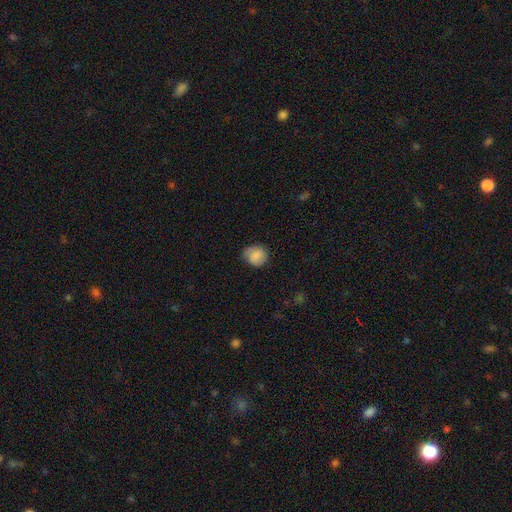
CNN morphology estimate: smooth 76%, featured or disk 16%, star or artifact 8%. Down the decision tree: how rounded — round (78%); merging — none (66%).